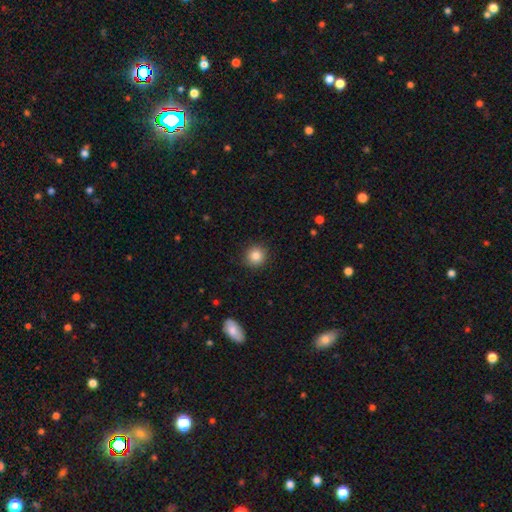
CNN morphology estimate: A smooth galaxy with no disk features (85%) that is round (91%).

Vote fractions:
- Smooth or featured? smooth: 85% / star or artifact: 10% / featured or disk: 5%
- How rounded? round: 91% / in between: 8% / cigar-shaped: 1%
- Merging? none: 91% / minor disturbance: 6% / major disturbance: 2% / merger: 1%